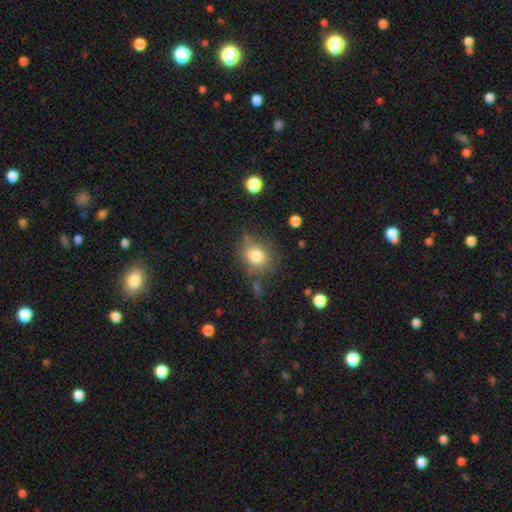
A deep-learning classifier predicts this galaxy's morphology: This is likely a smooth galaxy (78%). How rounded: likely round (69%). Merging: likely none (64%).